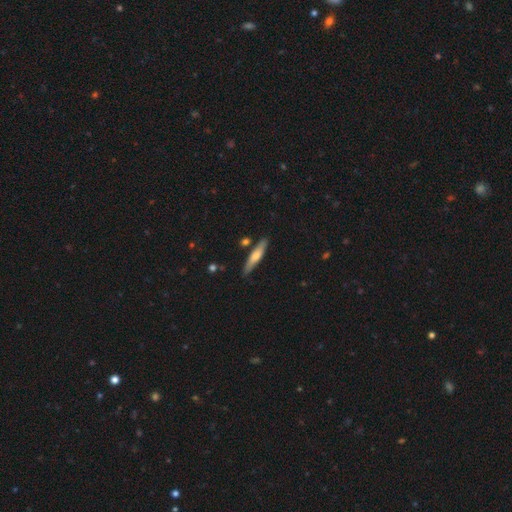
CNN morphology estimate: smooth 55%, featured or disk 39%, star or artifact 6%. Down the decision tree: how rounded — cigar-shaped (85%); merging — none (84%).